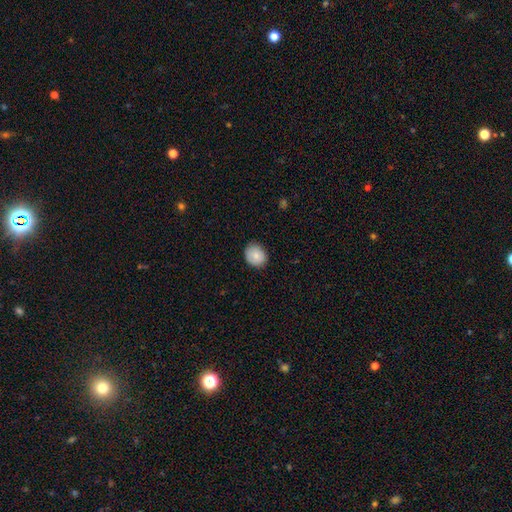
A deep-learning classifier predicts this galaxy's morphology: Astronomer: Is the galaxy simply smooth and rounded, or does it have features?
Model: smooth — 83%.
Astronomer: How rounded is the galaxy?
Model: round — 64%.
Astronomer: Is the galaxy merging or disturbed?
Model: none — 81%.